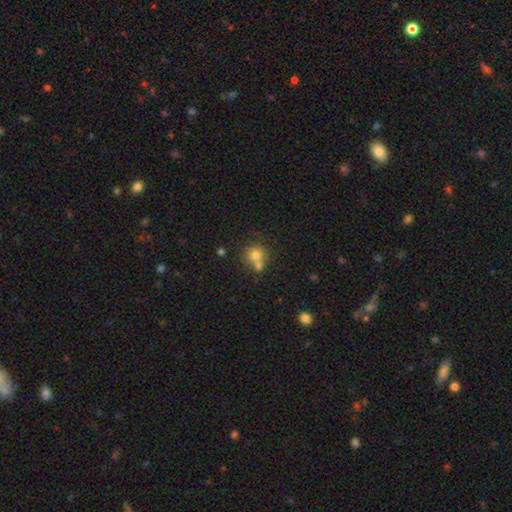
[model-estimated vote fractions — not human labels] Smooth or featured? smooth (74%)
How rounded? round (85%)
Merging? none (44%, tied with merger)